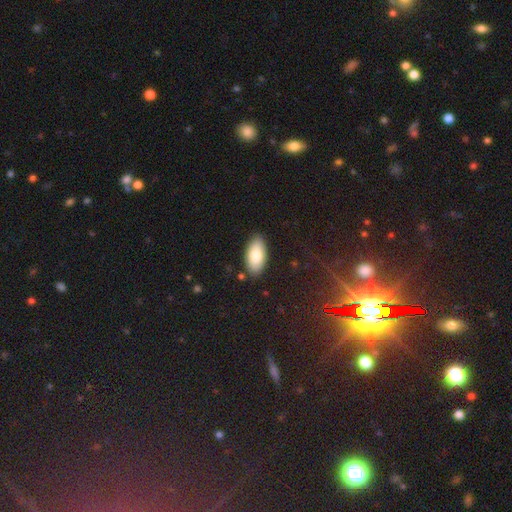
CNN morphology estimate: Smooth or featured? Predicted: smooth (p=0.80). How rounded? Predicted: in between (p=0.93). Merging? Predicted: none (p=0.86).